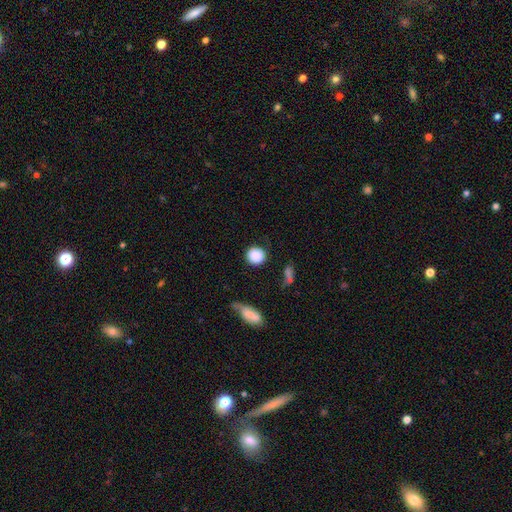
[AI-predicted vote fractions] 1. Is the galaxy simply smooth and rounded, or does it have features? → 88% smooth, 8% star or artifact, 5% featured or disk.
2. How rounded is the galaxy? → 91% round, 8% in between, 1% cigar-shaped.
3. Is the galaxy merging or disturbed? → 81% none, 11% minor disturbance, 5% major disturbance, 3% merger.